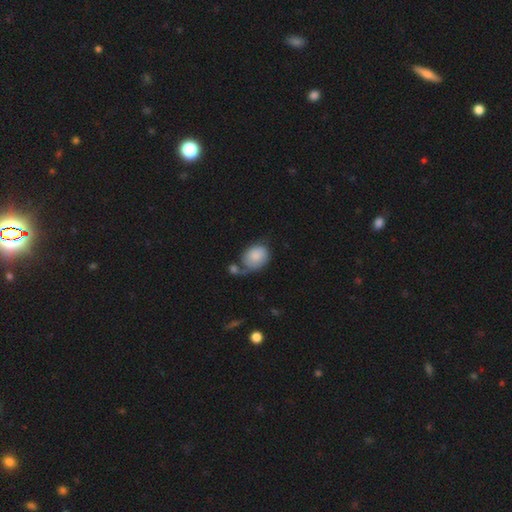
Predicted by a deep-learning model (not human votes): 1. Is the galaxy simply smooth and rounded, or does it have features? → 80% smooth, 14% featured or disk, 7% star or artifact.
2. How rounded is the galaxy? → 59% in between, 40% round, 1% cigar-shaped.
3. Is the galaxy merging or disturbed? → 34% none, 24% merger, 23% minor disturbance, 19% major disturbance.